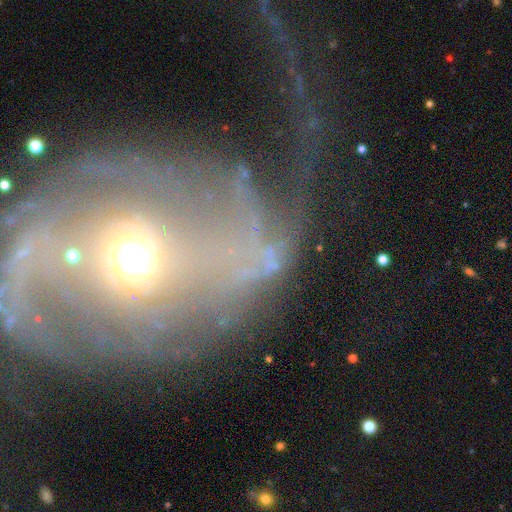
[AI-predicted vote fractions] Morphology: type=featured or disk (63%); edge-on=no (94%); bar=no (71%); spiral arms=yes (55%); bulge=moderate (60%); merging=major disturbance (54%).